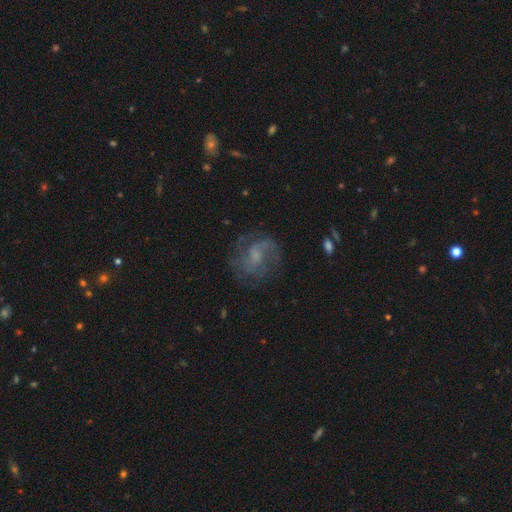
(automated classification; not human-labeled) This appears to be a featured or disk galaxy (67%) with no bar (56%), 2 (43%) medium (46%) spiral arms (85%) and a small central bulge (41%). Merging: none (68%).